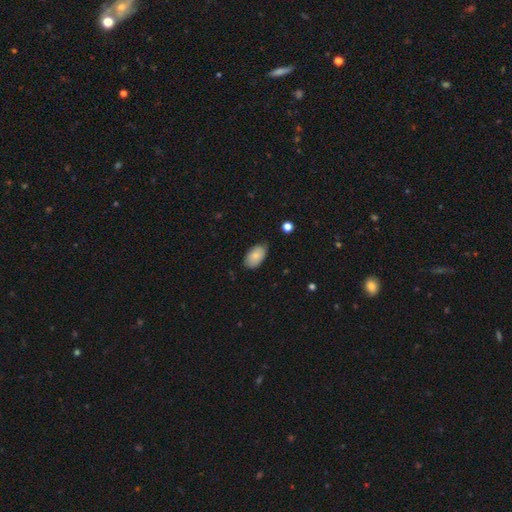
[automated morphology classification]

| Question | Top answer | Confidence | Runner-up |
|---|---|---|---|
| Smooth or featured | smooth | 82% | featured or disk (12%) |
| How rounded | in between | 93% | round (6%) |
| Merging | none | 73% | minor disturbance (23%) |